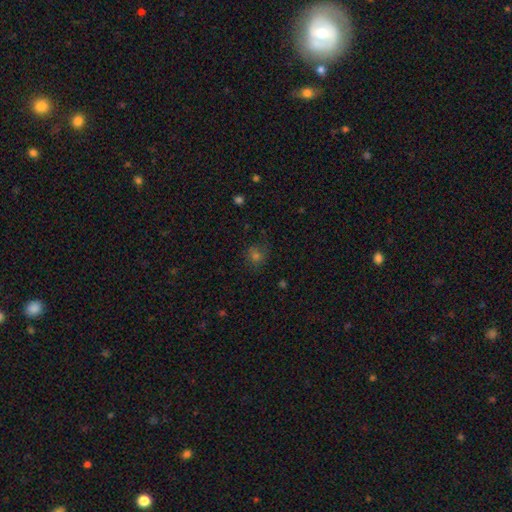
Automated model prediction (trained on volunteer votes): A smooth galaxy with no disk features (62%) that is round (82%). Merging: none (73%).